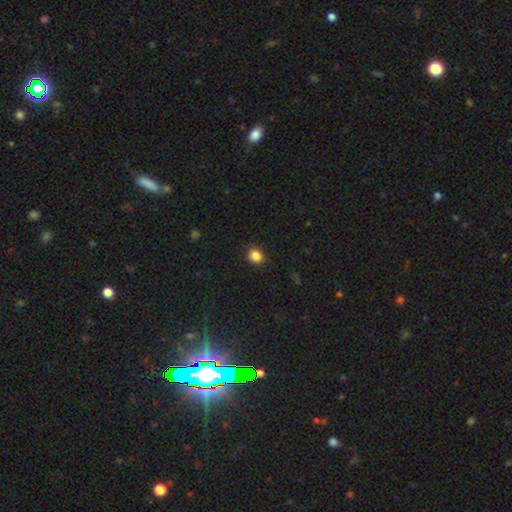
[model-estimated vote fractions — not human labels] A smooth galaxy with no disk features (85%) that is round (77%). Merging: none (88%).